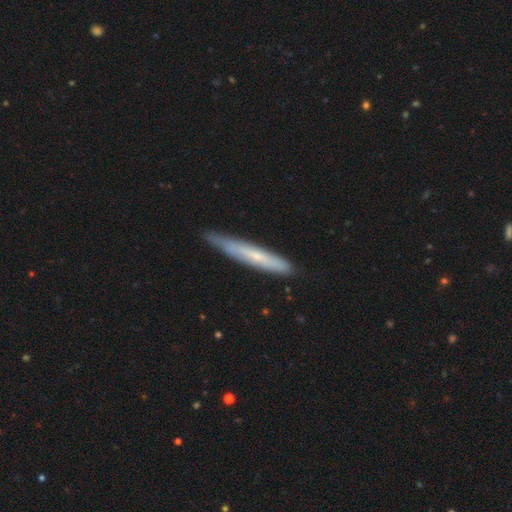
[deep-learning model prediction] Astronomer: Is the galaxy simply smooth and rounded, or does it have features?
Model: smooth — 48% (runner-up: featured or disk, 46%).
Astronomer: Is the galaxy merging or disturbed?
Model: none — 75%.